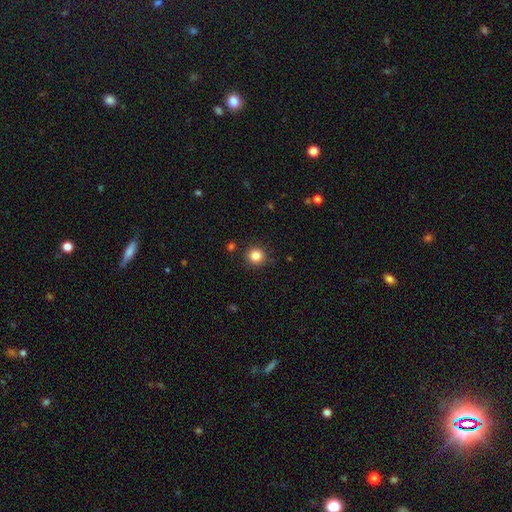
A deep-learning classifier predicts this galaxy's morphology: This is clearly a smooth galaxy (84%). How rounded: clearly round (93%). Merging: clearly none (89%).